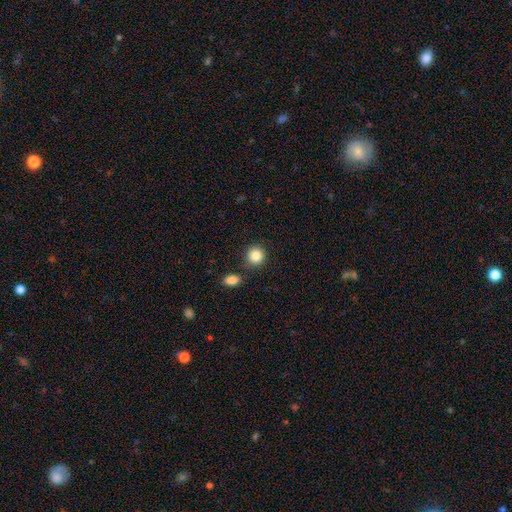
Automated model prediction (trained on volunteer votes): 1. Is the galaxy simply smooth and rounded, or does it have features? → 86% smooth, 9% star or artifact, 5% featured or disk.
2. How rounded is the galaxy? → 88% round, 11% in between, 1% cigar-shaped.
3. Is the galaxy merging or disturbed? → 80% none, 9% minor disturbance, 7% merger, 3% major disturbance.